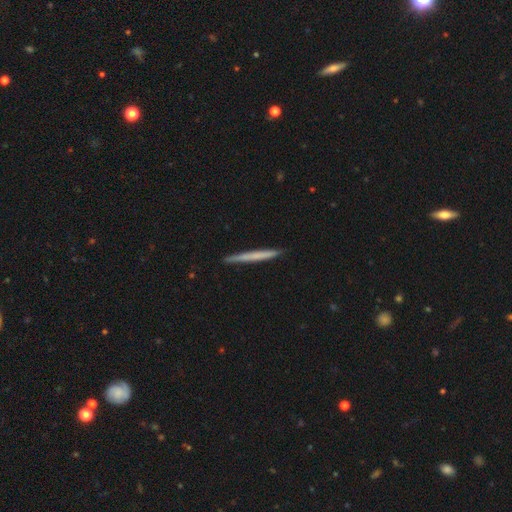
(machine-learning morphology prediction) smooth 57%, featured or disk 38%, star or artifact 5%. Down the decision tree: how rounded — cigar-shaped (97%); merging — none (91%).